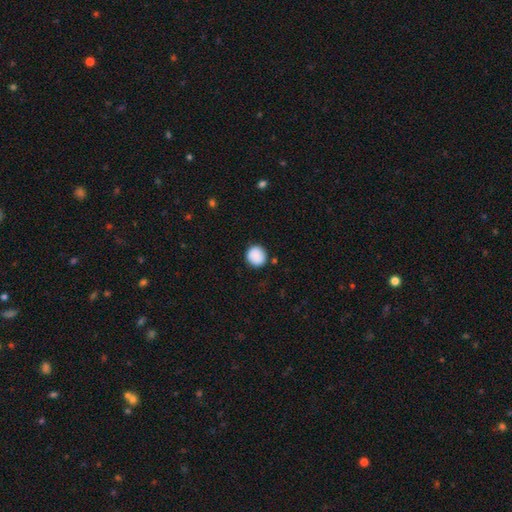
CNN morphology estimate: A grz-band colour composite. It shows a smooth galaxy with no disk features (88%) that is round (90%). Merging: none (86%).